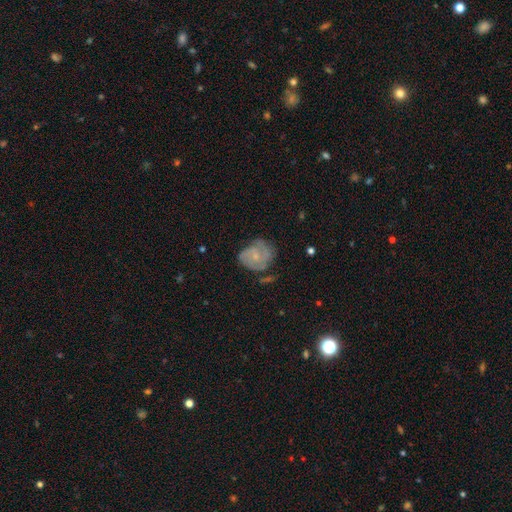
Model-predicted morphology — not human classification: A featured or disk galaxy (63%) with no bar (76%), 2 (37%) tight (52%) spiral arms (83%) and a small central bulge (72%).

Vote fractions:
- Smooth or featured? featured or disk: 63% / smooth: 29% / star or artifact: 7%
- Edge-on disk? no: 98% / yes: 2%
- Bar? no: 76% / weak: 21% / strong: 3%
- Spiral arms? yes: 83% / no: 17%
- Spiral winding? tight: 52% / medium: 35% / loose: 13%
- Spiral arm count? 2: 37% / can't tell: 31% / 3: 17% / 1: 9% / 4: 4% / more than 4: 3%
- Bulge size? small: 72% / moderate: 20% / none: 6% / large: 1% / dominant: 1%
- Merging? none: 51% / minor disturbance: 29% / major disturbance: 16% / merger: 4%